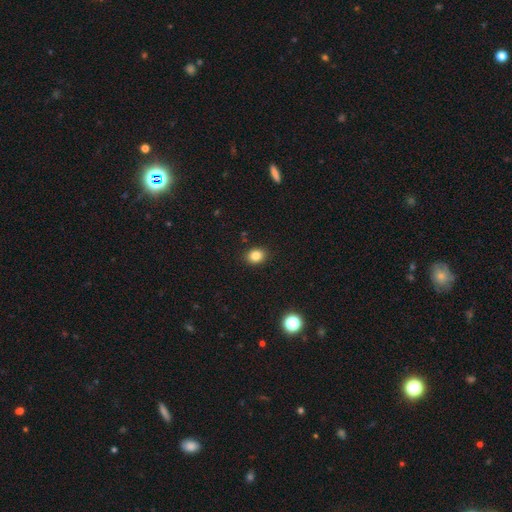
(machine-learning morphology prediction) smooth 84%, star or artifact 11%, featured or disk 5%. Down the decision tree: how rounded — round (55%); merging — none (89%).